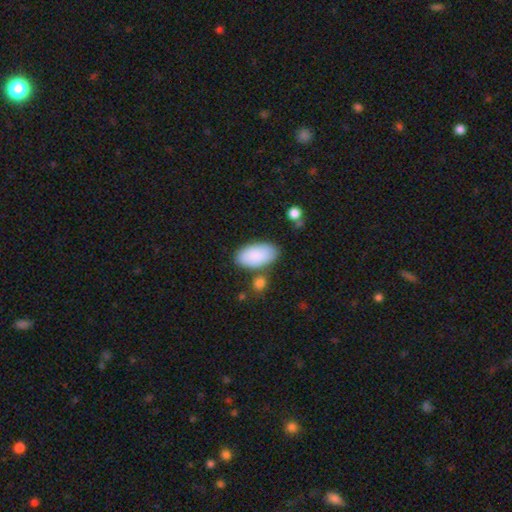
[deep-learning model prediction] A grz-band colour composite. It shows a smooth galaxy with no disk features (88%) that is in between round and cigar-shaped (95%). Merging: none (74%).